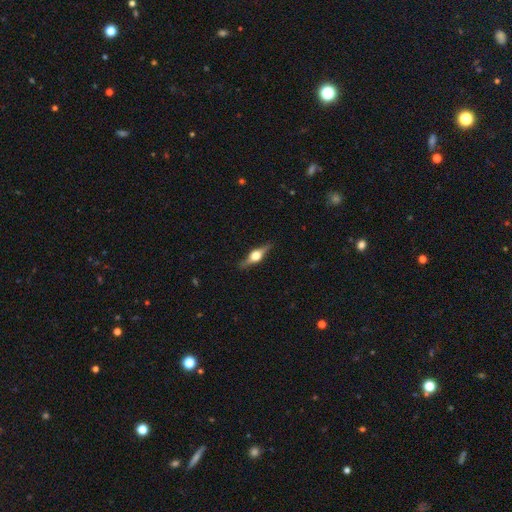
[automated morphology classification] Smooth or featured: featured or disk — 75% (smooth — 19%)
Edge-on disk: yes — 97% (no — 3%)
Edge-on bulge: rounded — 95% (boxy — 4%)
Merging: none — 87% (minor disturbance — 9%)